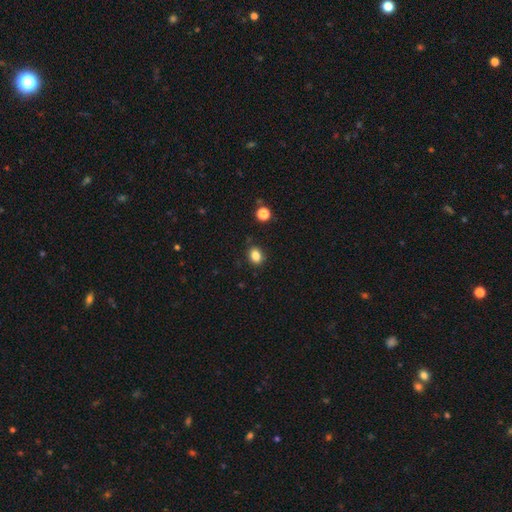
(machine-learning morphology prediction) Smooth or featured?
  - smooth: 85% *
  - star or artifact: 11%
  - featured or disk: 4%
How rounded?
  - in between: 55% *
  - round: 44%
  - cigar-shaped: 1%
Merging?
  - none: 87% *
  - minor disturbance: 9%
  - major disturbance: 2%
  - merger: 2%